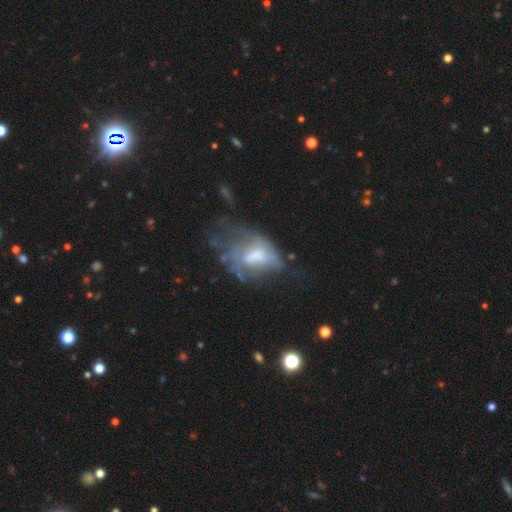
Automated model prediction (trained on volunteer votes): A featured or disk galaxy (50%).

Vote fractions:
- Smooth or featured? featured or disk: 50% / smooth: 39% / star or artifact: 11%
- Edge-on disk? no: 94% / yes: 6%
- Merging? major disturbance: 46% / minor disturbance: 23% / none: 23% / merger: 9%